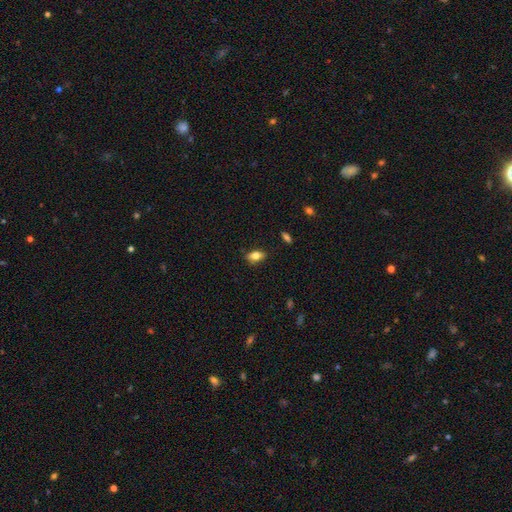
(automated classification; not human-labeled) Smooth or featured? Predicted: smooth (p=0.77). How rounded? Predicted: in between (p=0.86). Merging? Predicted: none (p=0.83).